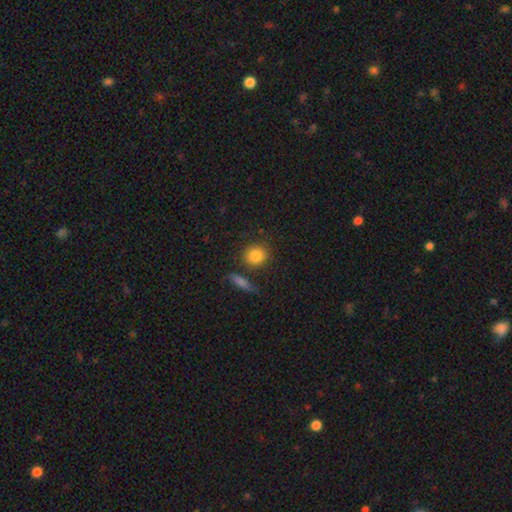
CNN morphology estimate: Overall: smooth (84%). How rounded: round (82%). Merging: none (79%).